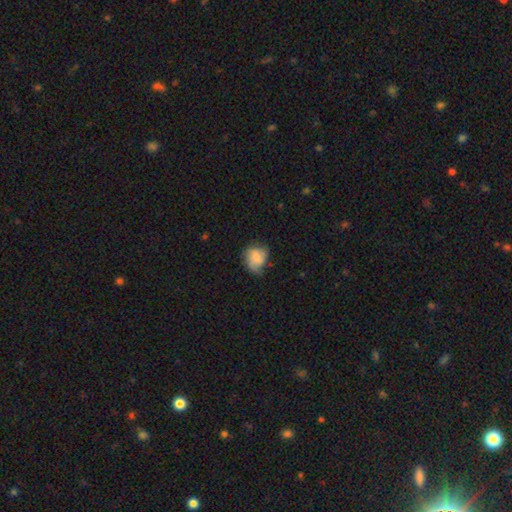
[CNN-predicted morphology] Smooth or featured? smooth (69%)
How rounded? round (57%)
Merging? none (45%)